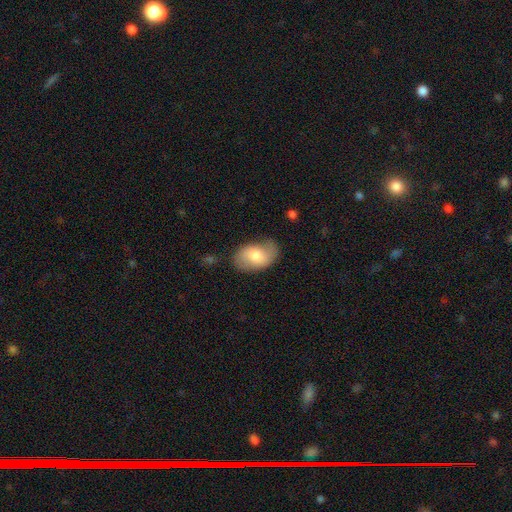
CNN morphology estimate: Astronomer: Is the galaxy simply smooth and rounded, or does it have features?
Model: smooth — 64%.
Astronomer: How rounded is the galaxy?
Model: in between — 92%.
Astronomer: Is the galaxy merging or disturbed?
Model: none — 71%.